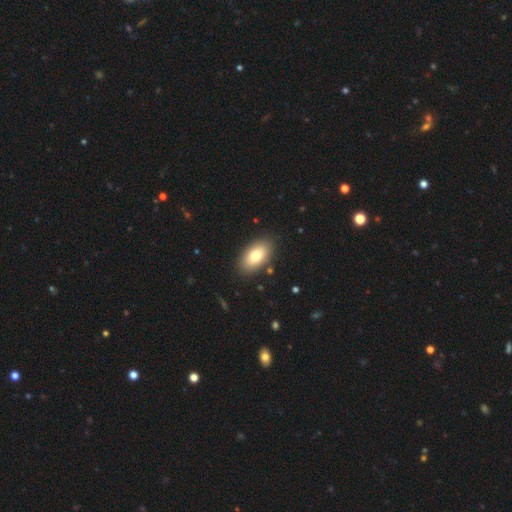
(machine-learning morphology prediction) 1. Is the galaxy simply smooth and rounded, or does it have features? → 77% smooth, 15% featured or disk, 7% star or artifact.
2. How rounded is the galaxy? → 93% in between, 5% round, 2% cigar-shaped.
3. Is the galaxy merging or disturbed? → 87% none, 9% minor disturbance, 2% major disturbance, 2% merger.